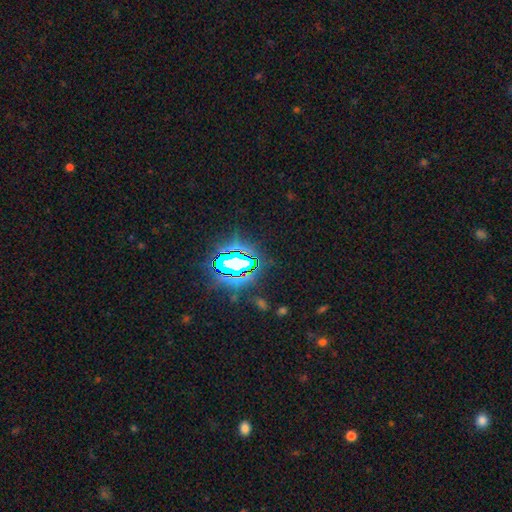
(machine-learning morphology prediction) smooth_or_featured: star or artifact (p=0.84) [alt: smooth p=0.10]